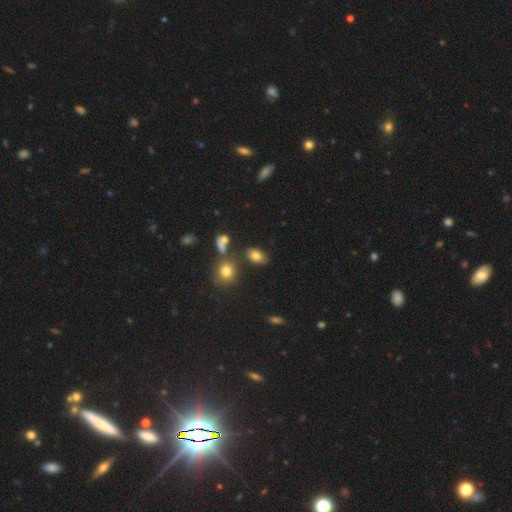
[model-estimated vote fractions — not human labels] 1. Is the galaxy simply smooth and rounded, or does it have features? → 79% smooth, 12% star or artifact, 9% featured or disk.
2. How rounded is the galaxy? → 85% in between, 13% round, 2% cigar-shaped.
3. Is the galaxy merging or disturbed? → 72% none, 13% minor disturbance, 10% merger, 4% major disturbance.